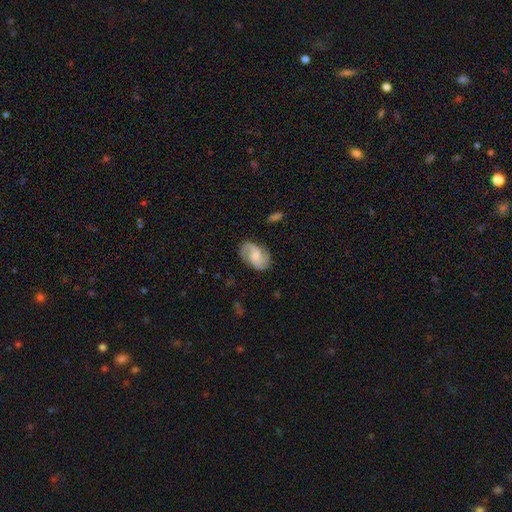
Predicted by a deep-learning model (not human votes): A featured or disk galaxy (76%) with no bar (52%), 2 (79%) medium (48%) spiral arms (96%) and a moderate central bulge (39%).

Vote fractions:
- Smooth or featured? featured or disk: 76% / smooth: 18% / star or artifact: 6%
- Edge-on disk? no: 97% / yes: 3%
- Bar? no: 52% / weak: 41% / strong: 7%
- Spiral arms? yes: 96% / no: 4%
- Spiral winding? medium: 48% / loose: 32% / tight: 20%
- Spiral arm count? 2: 79% / 3: 8% / can't tell: 6% / 1: 3% / 4: 2% / more than 4: 2%
- Bulge size? moderate: 39% / small: 36% / none: 15% / large: 8% / dominant: 2%
- Merging? none: 78% / minor disturbance: 15% / major disturbance: 5% / merger: 1%